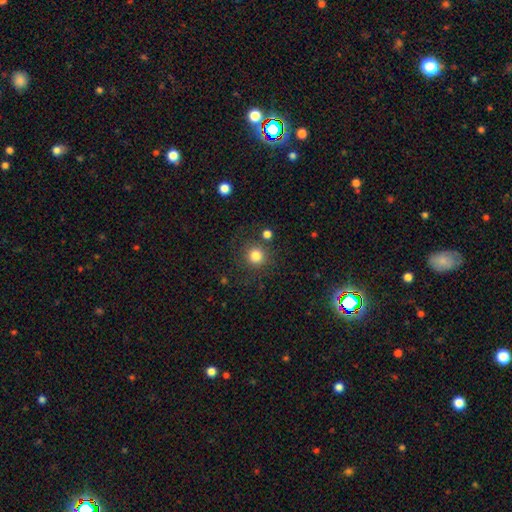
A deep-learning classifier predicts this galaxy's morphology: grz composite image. It shows a smooth galaxy with no disk features (82%) that is round (93%). Merging: none (83%).